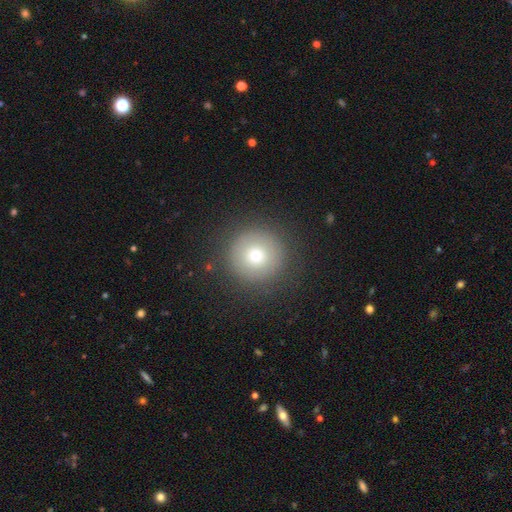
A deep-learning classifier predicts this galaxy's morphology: A smooth galaxy with no disk features (69%) that is round (95%).

Vote fractions:
- Smooth or featured? smooth: 69% / featured or disk: 18% / star or artifact: 13%
- How rounded? round: 95% / in between: 4% / cigar-shaped: 1%
- Merging? none: 88% / minor disturbance: 7% / major disturbance: 4% / merger: 1%